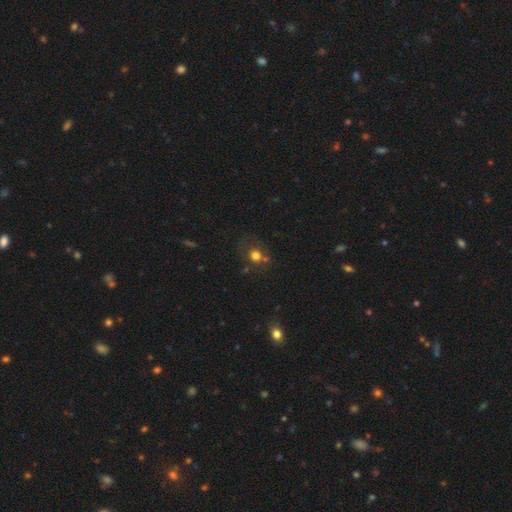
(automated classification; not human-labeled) smooth-or-featured: smooth: 68% | star or artifact: 16% | featured or disk: 16%
  how-rounded: round: 77% | in between: 22% | cigar-shaped: 1%
  merging: none: 59% | minor disturbance: 16% | merger: 15% | major disturbance: 10%